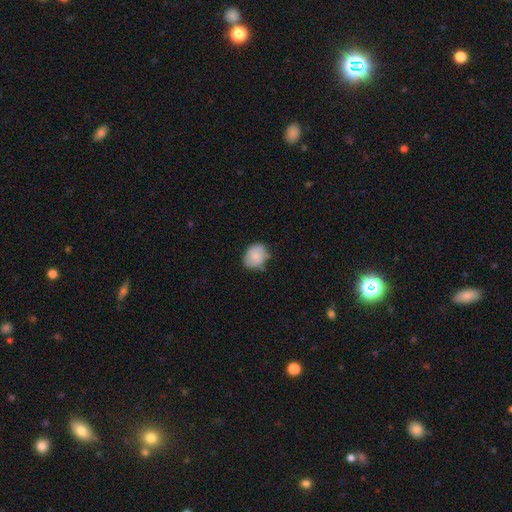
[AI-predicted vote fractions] A smooth galaxy with no disk features (82%) that is in between round and cigar-shaped (50%). Merging: none (69%).